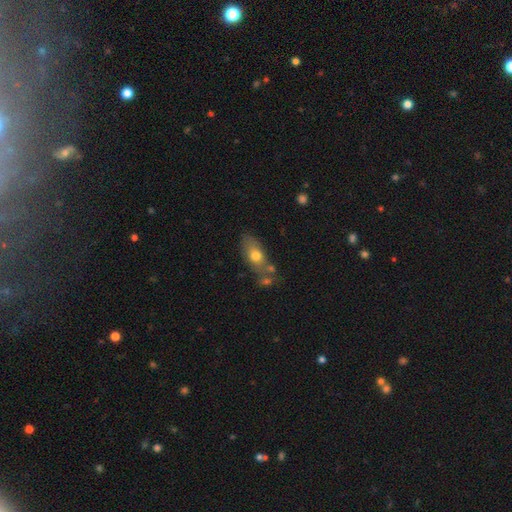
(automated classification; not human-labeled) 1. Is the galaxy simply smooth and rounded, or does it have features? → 68% smooth, 24% featured or disk, 8% star or artifact.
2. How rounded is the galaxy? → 79% in between, 13% cigar-shaped, 8% round.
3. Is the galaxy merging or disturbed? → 52% none, 21% minor disturbance, 20% merger, 8% major disturbance.